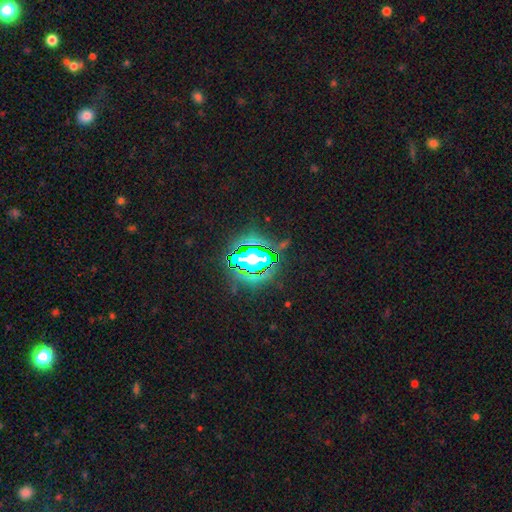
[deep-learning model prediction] This appears to be a star or artifact, not a galaxy (76%).